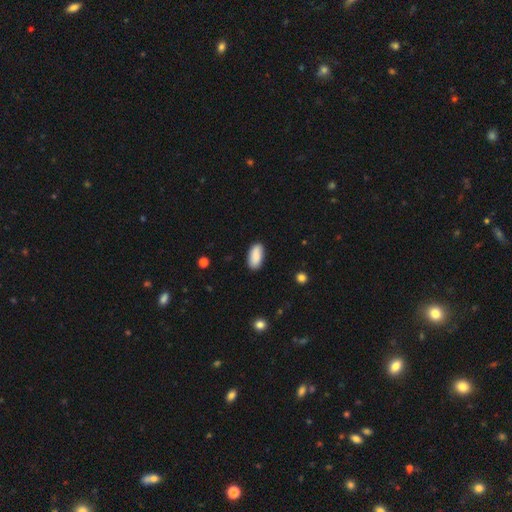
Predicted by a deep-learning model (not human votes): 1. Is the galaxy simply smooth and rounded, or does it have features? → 88% smooth, 6% featured or disk, 6% star or artifact.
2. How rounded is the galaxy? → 91% in between, 6% cigar-shaped, 2% round.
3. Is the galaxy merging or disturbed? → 87% none, 10% minor disturbance, 2% major disturbance, 1% merger.